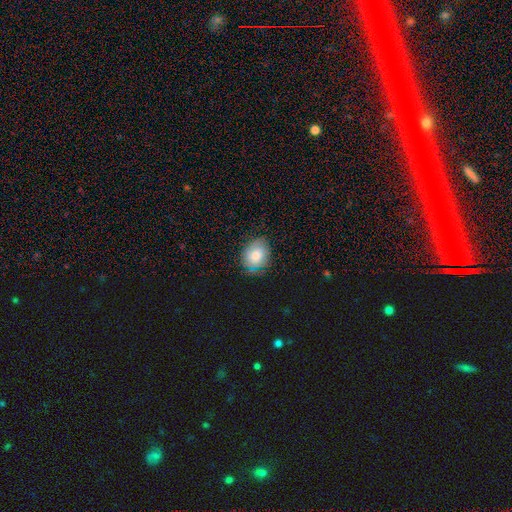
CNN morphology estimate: type=smooth (72%); roundness=in between (55%); merging=none (75%).